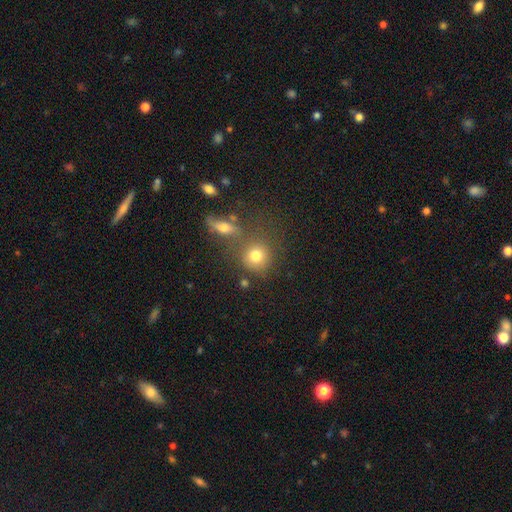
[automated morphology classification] smooth_or_featured: smooth (p=0.76) [alt: star or artifact p=0.13]
how_rounded: round (p=0.86) [alt: in between p=0.12]
merging: none (p=0.63) [alt: merger p=0.21]